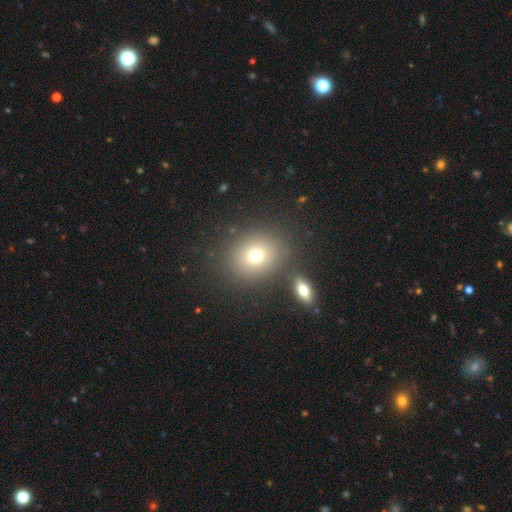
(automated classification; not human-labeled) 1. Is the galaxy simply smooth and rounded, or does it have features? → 72% smooth, 15% star or artifact, 13% featured or disk.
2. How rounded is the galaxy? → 61% round, 38% in between, 1% cigar-shaped.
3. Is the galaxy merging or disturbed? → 79% none, 9% merger, 8% minor disturbance, 4% major disturbance.